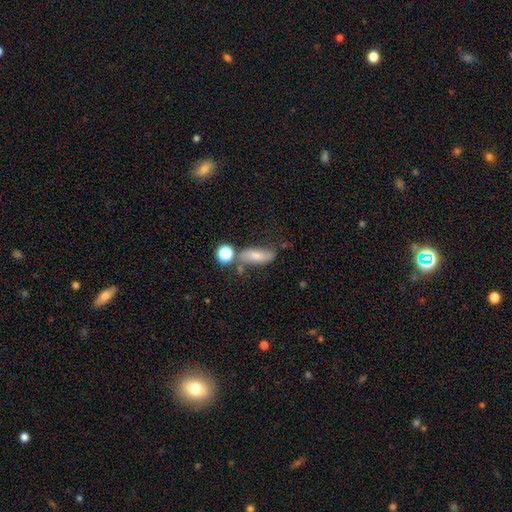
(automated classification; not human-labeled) A smooth galaxy with no disk features (64%) that is in between round and cigar-shaped (66%).

Vote fractions:
- Smooth or featured? smooth: 64% / featured or disk: 25% / star or artifact: 11%
- How rounded? in between: 66% / cigar-shaped: 27% / round: 7%
- Merging? none: 53% / minor disturbance: 22% / merger: 14% / major disturbance: 10%